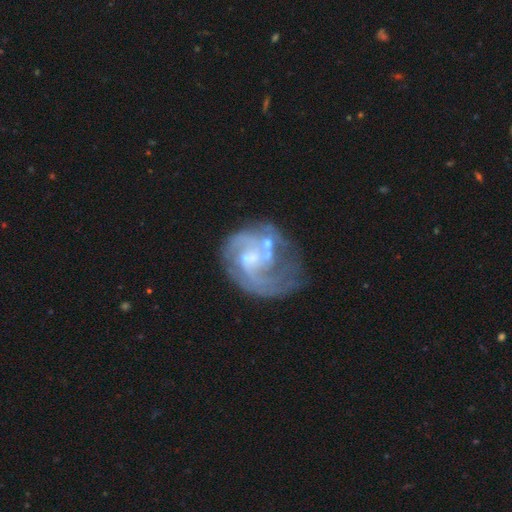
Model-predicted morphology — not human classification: Smooth or featured? featured or disk (81%)
Edge-on disk? no (98%)
Bar? no (54%)
Spiral arms? yes (86%)
Spiral winding? medium (44%)
Spiral arm count? 2 (43%)
Bulge size? small (44%)
Merging? none (40%)